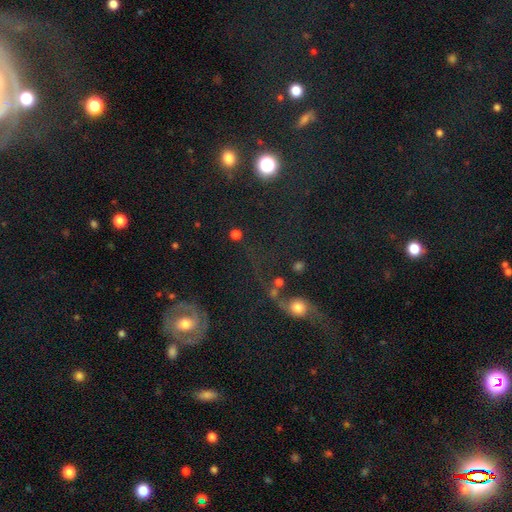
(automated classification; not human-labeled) The model was most divided on "smooth or featured": star or artifact: 49%, smooth: 27%, featured or disk: 24%.